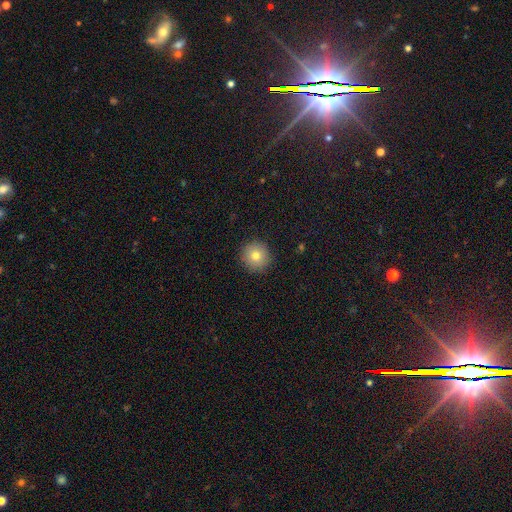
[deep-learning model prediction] The model was most divided on "smooth or featured": smooth: 79%, star or artifact: 11%, featured or disk: 10%. More confident: how rounded — round (95%); merging — none (91%).